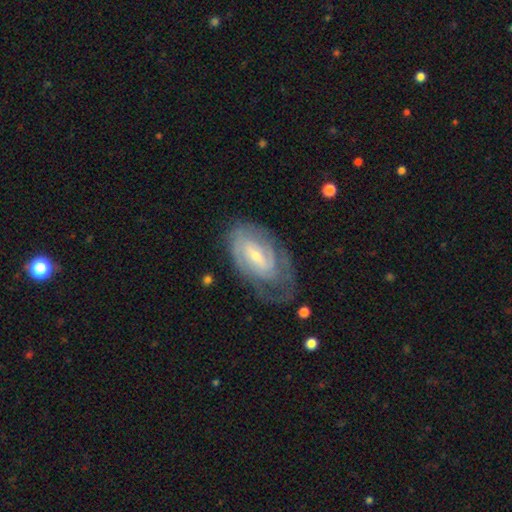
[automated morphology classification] This is likely a featured or disk galaxy (80%). It is clearly not viewed edge-on (95%). Bar: possibly weak (50%). Spiral arm pattern: clearly yes (87%). Spiral arm count: marginally can't tell (40%). Spiral winding: likely tight (61%). Central bulge: likely small (67%). Merging: possibly none (52%).